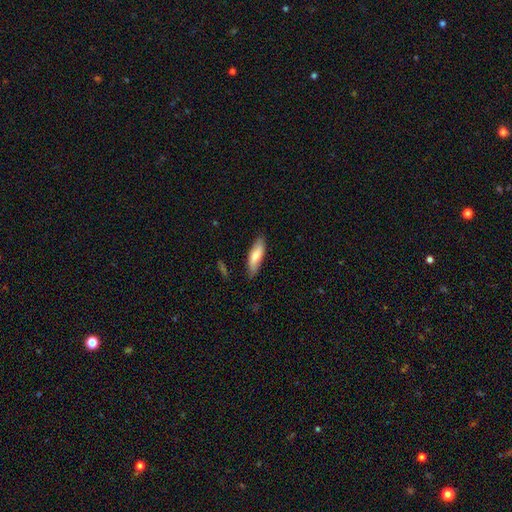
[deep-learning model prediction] A smooth galaxy with no disk features (73%) that is in between round and cigar-shaped (53%).

Vote fractions:
- Smooth or featured? smooth: 73% / featured or disk: 22% / star or artifact: 6%
- How rounded? in between: 53% / cigar-shaped: 45% / round: 2%
- Merging? none: 82% / minor disturbance: 14% / major disturbance: 2% / merger: 1%